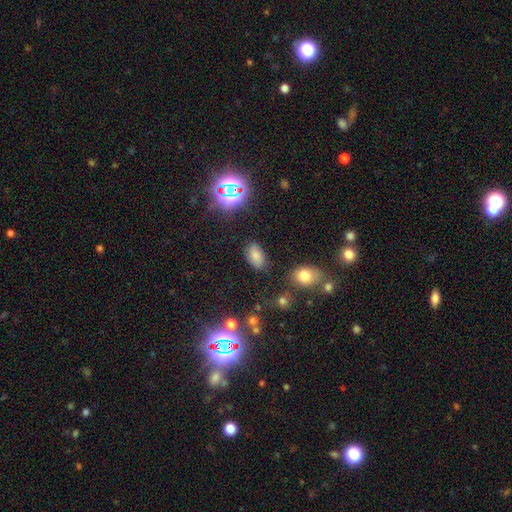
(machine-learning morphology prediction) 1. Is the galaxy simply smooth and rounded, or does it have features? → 74% smooth, 17% star or artifact, 9% featured or disk.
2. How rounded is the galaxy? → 91% in between, 7% round, 2% cigar-shaped.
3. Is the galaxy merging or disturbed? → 81% none, 12% minor disturbance, 4% major disturbance, 3% merger.